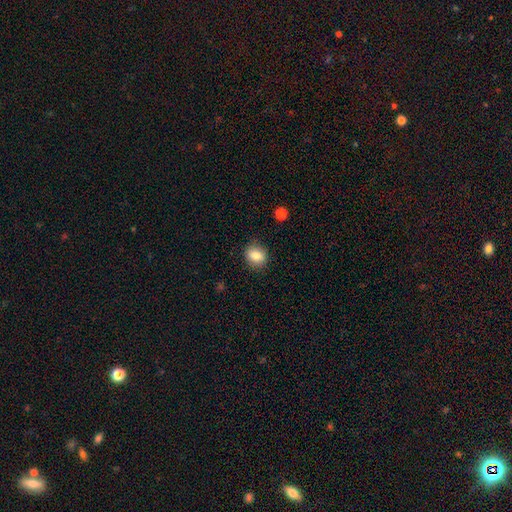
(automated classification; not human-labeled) This appears to be a smooth galaxy with no disk features (83%) that is round (62%). Merging: none (84%).